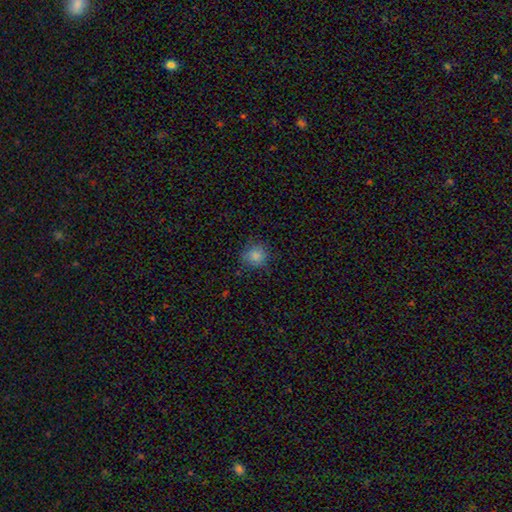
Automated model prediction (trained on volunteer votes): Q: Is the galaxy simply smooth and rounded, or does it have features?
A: smooth — 85%.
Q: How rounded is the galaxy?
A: round — 86%.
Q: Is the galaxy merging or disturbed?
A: none — 81%.